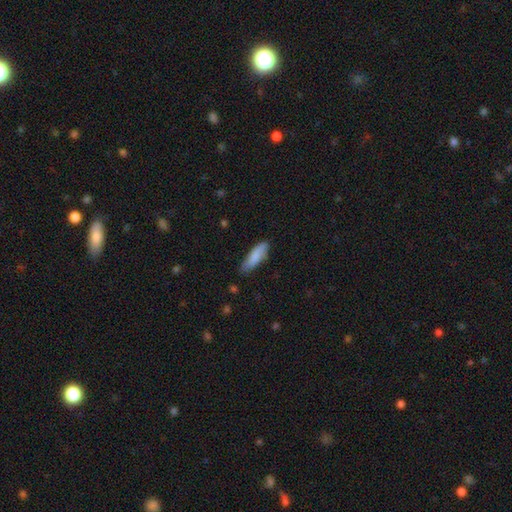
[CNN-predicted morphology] The model was most divided on "how rounded": in between: 50%, cigar-shaped: 48%, round: 2%. More confident: smooth or featured — smooth (84%); merging — none (74%).